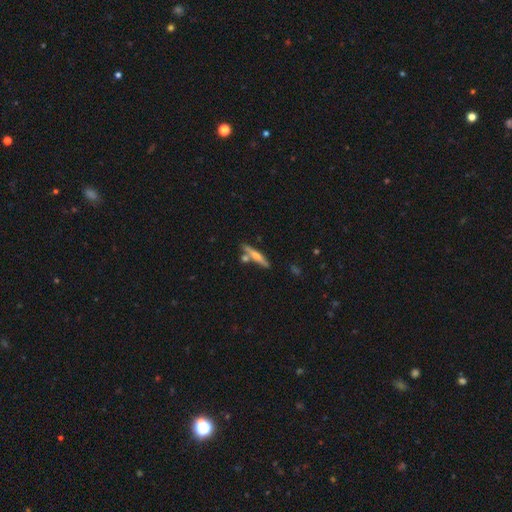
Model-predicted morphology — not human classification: Smooth or featured? Predicted: featured or disk (p=0.48). Merging? Predicted: none (p=0.72).